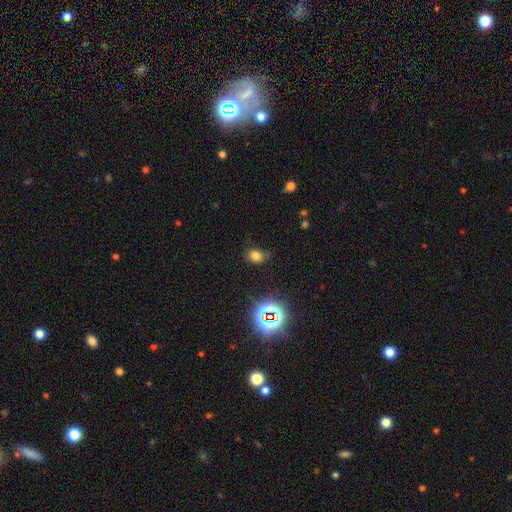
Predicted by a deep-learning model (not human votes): Smooth or featured?
  - smooth: 71% *
  - star or artifact: 22%
  - featured or disk: 7%
How rounded?
  - in between: 55% *
  - round: 44%
  - cigar-shaped: 1%
Merging?
  - none: 68% *
  - minor disturbance: 23%
  - major disturbance: 6%
  - merger: 2%